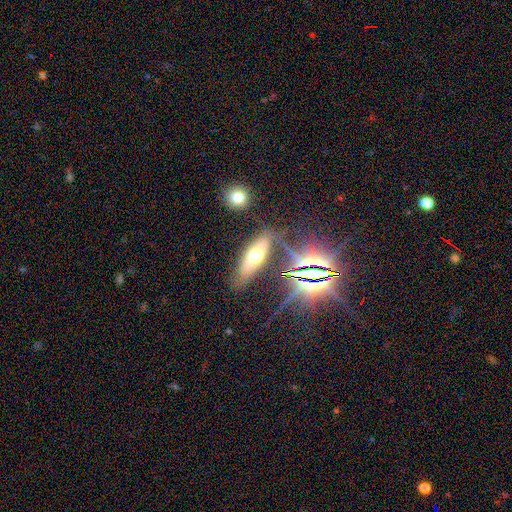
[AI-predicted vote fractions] This is possibly a smooth galaxy (53%). How rounded: likely in between (62%). Merging: likely none (74%).